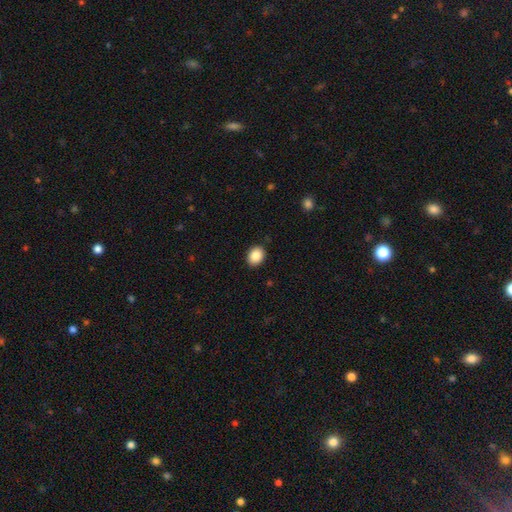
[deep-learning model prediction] smooth 87%, star or artifact 8%, featured or disk 5%. Down the decision tree: how rounded — in between (52%); merging — none (90%).